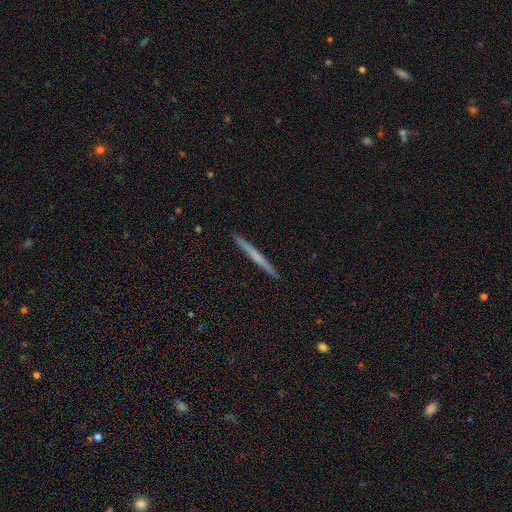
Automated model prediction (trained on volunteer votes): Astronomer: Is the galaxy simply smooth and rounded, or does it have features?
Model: smooth — 49% (runner-up: featured or disk, 45%).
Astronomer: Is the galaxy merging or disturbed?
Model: none — 93%.